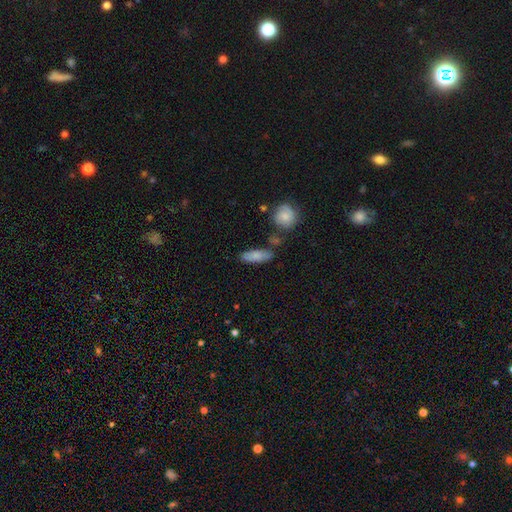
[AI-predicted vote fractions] Smooth or featured? smooth (79%)
How rounded? in between (55%)
Merging? none (74%)